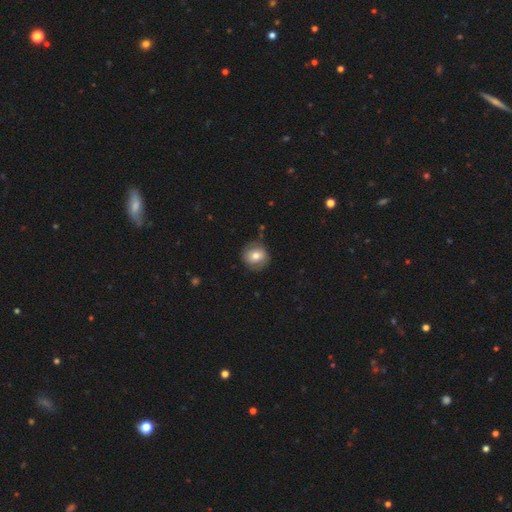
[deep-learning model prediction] A smooth galaxy with no disk features (67%) that is round (86%).

Vote fractions:
- Smooth or featured? smooth: 67% / featured or disk: 25% / star or artifact: 8%
- How rounded? round: 86% / in between: 13% / cigar-shaped: 1%
- Merging? none: 76% / minor disturbance: 16% / major disturbance: 6% / merger: 2%